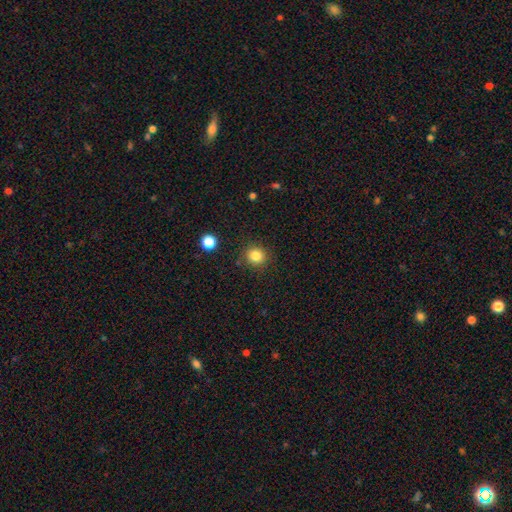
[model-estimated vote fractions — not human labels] Smooth or featured? Predicted: smooth (p=0.83). How rounded? Predicted: round (p=0.89). Merging? Predicted: none (p=0.87).